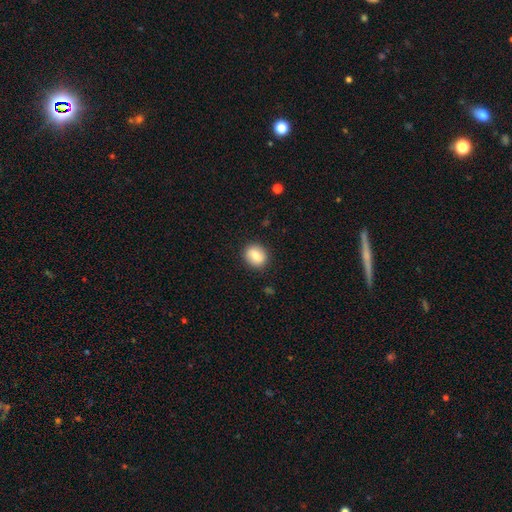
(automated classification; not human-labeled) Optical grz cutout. It shows a smooth galaxy with no disk features (81%) that is round (64%). Merging: none (87%).